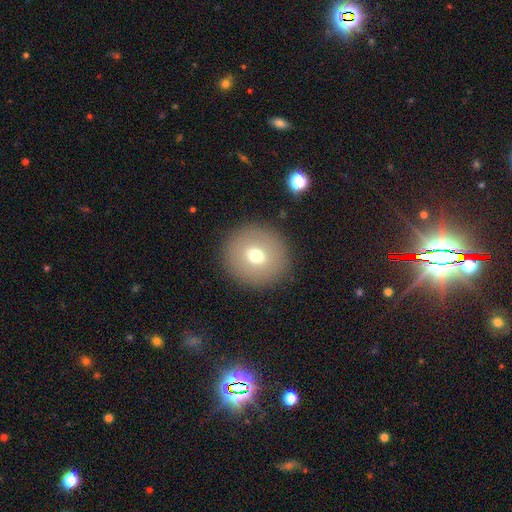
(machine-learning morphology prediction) smooth_or_featured: smooth (p=0.68) [alt: featured or disk p=0.20]
how_rounded: round (p=0.92) [alt: in between p=0.07]
merging: none (p=0.90) [alt: minor disturbance p=0.06]